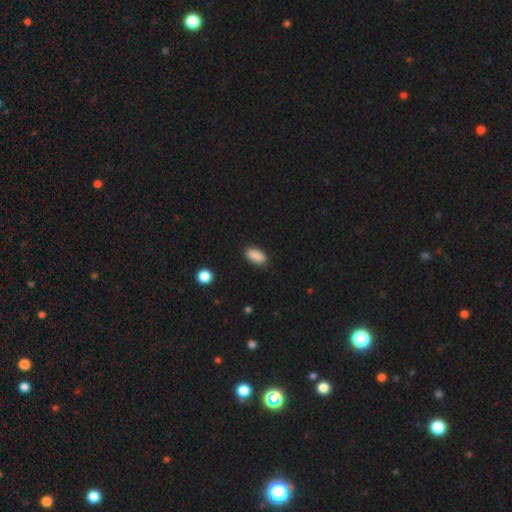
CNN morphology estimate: smooth 88%, star or artifact 8%, featured or disk 4%. Down the decision tree: how rounded — in between (88%); merging — none (86%).